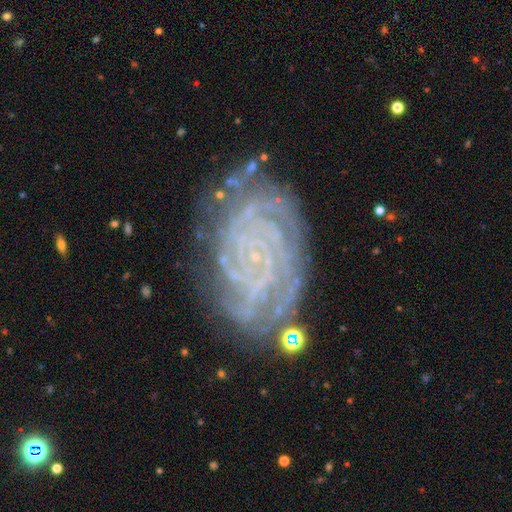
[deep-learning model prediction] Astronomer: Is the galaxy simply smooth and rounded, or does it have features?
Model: featured or disk — 85%.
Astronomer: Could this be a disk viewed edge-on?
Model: no — 97%.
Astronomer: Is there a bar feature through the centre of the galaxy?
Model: no — 71%.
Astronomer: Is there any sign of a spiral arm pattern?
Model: yes — 97%.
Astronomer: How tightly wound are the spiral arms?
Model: tight — 81%.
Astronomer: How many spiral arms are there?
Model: can't tell — 22% (runner-up: 4, 21%).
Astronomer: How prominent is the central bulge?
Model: small — 69%.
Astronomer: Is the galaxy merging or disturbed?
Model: none — 71%.